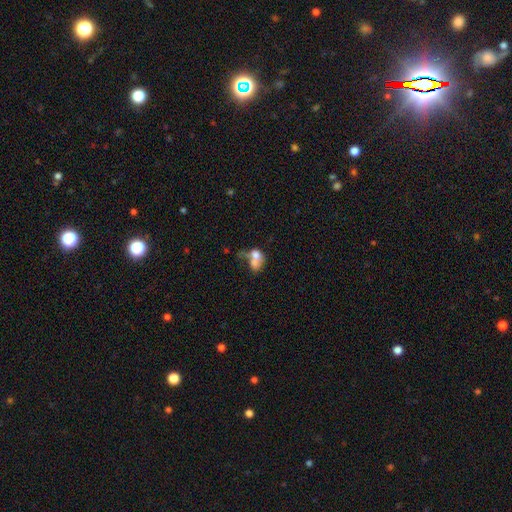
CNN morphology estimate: smooth 63%, featured or disk 27%, star or artifact 11%. Down the decision tree: how rounded — in between (65%); merging — merger (65%).